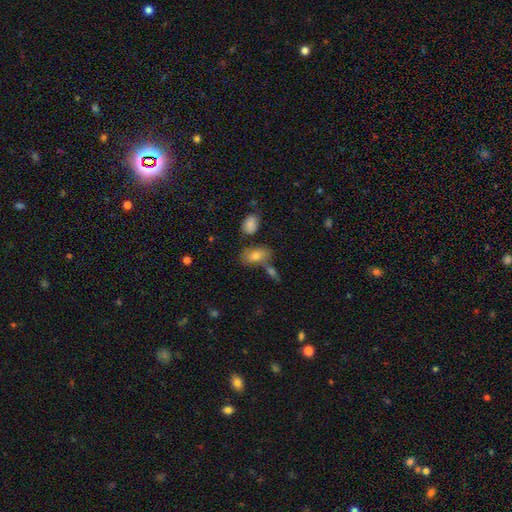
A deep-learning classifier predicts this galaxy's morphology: Smooth or featured? Predicted: smooth (p=0.74). How rounded? Predicted: in between (p=0.88). Merging? Predicted: none (p=0.56).